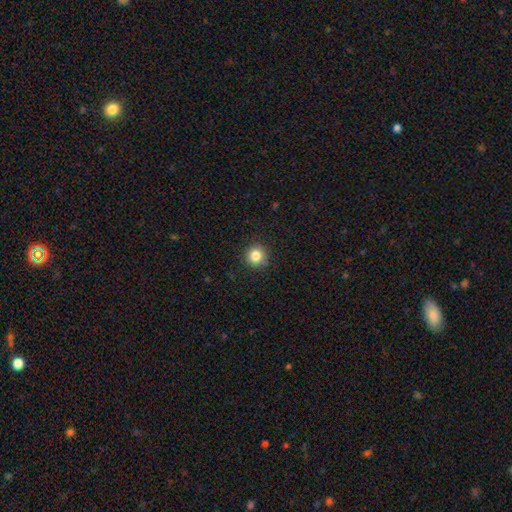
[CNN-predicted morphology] Overall: smooth (84%). How rounded: round (94%). Merging: none (91%).